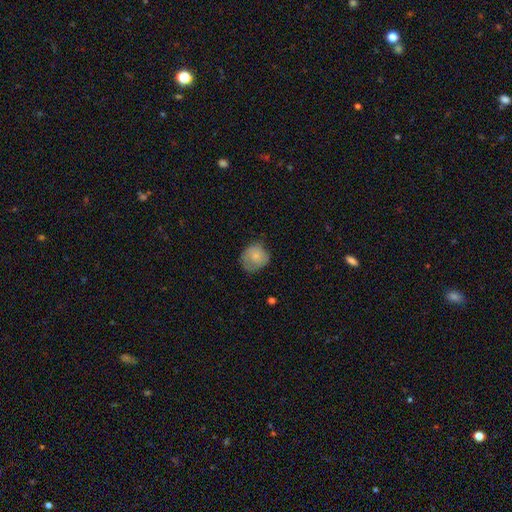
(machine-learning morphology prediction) Smooth or featured: smooth — 71% (featured or disk — 22%)
How rounded: round — 79% (in between — 20%)
Merging: none — 53% (minor disturbance — 33%)